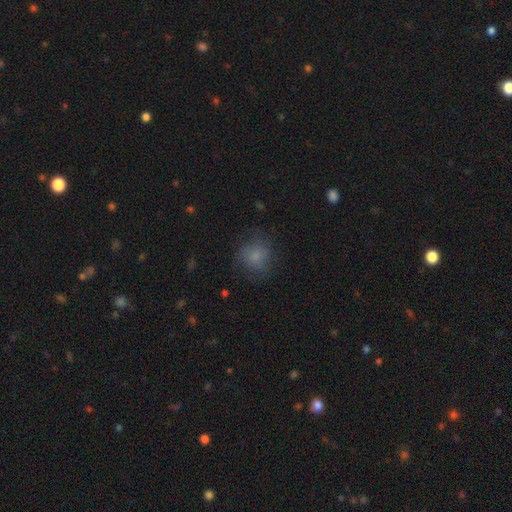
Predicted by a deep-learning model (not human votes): Smooth or featured: smooth — 77% (star or artifact — 12%)
How rounded: round — 83% (in between — 16%)
Merging: none — 71% (minor disturbance — 18%)